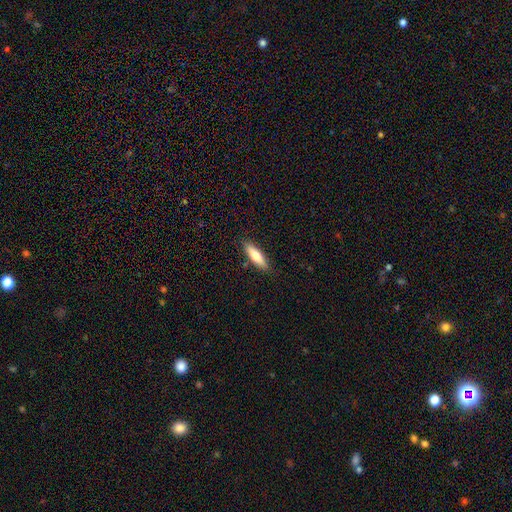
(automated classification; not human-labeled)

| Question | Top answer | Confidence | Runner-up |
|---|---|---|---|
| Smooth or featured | smooth | 70% | featured or disk (24%) |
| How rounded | cigar-shaped | 57% | in between (41%) |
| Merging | none | 87% | minor disturbance (10%) |